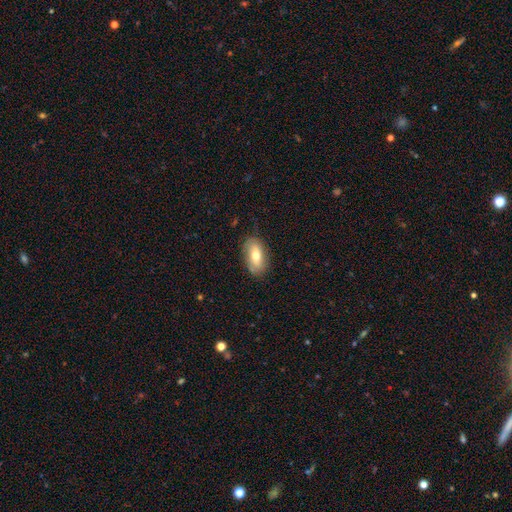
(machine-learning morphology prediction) smooth_or_featured: smooth (p=0.67) [alt: featured or disk p=0.26]
how_rounded: in between (p=0.90) [alt: cigar-shaped p=0.06]
merging: none (p=0.82) [alt: minor disturbance p=0.14]